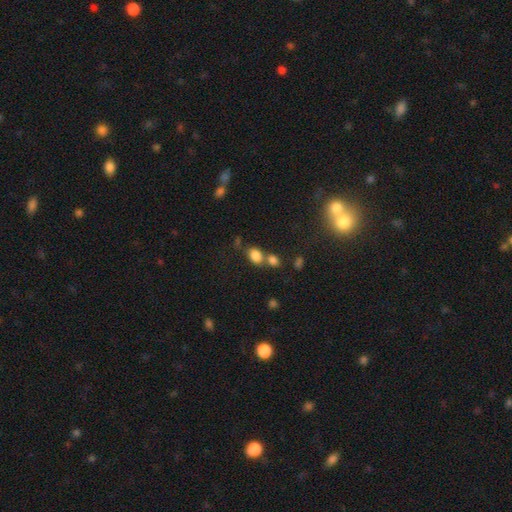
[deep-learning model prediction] Overall: smooth (82%). How rounded: in between (66%; round 32%). Merging: none (46%; merger 39%).